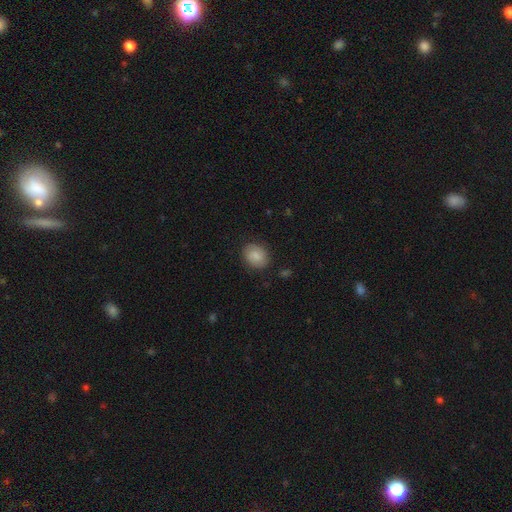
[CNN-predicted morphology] Smooth or featured? smooth (82%)
How rounded? round (52%)
Merging? none (84%)